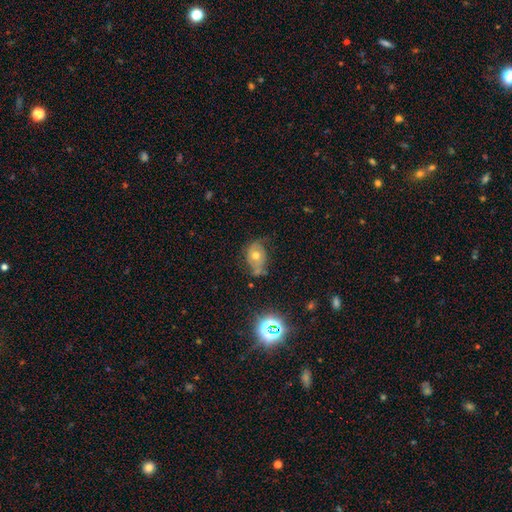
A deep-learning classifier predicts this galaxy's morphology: A featured or disk galaxy (48%).

Vote fractions:
- Smooth or featured? featured or disk: 48% / smooth: 39% / star or artifact: 13%
- Merging? none: 44% / minor disturbance: 33% / major disturbance: 18% / merger: 4%